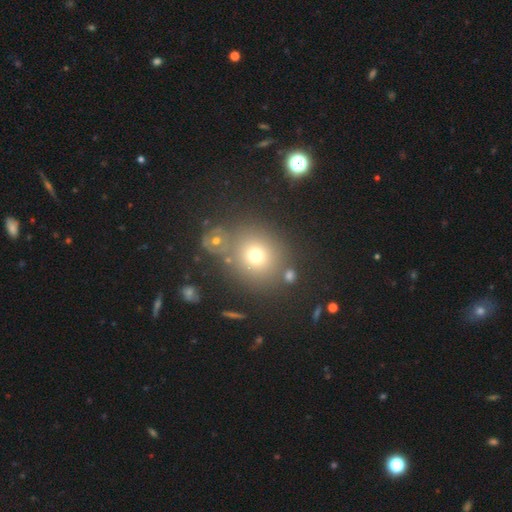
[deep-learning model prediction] Q: Smooth or featured?
A: smooth (70%); runner-up: star or artifact (18%)
Q: How rounded?
A: round (85%); runner-up: in between (14%)
Q: Merging?
A: none (73%); runner-up: merger (12%)